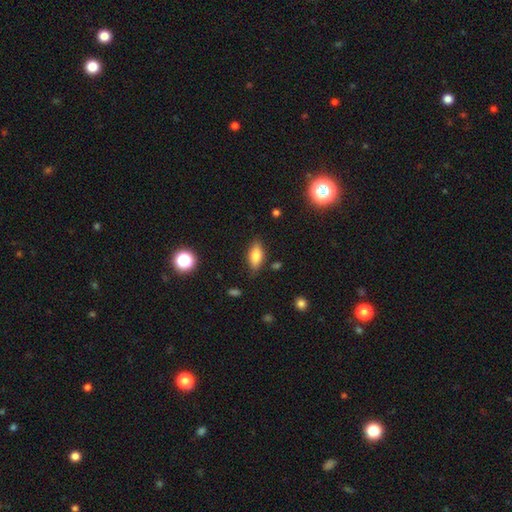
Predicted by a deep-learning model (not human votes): A smooth galaxy with no disk features (77%) that is in between round and cigar-shaped (80%). Merging: none (81%).